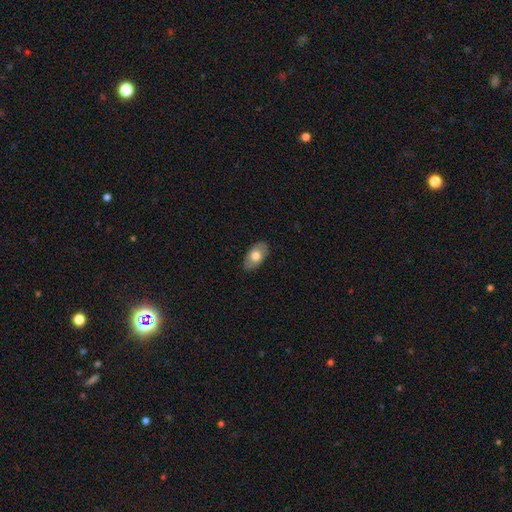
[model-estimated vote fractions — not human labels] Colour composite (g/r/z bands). It shows a smooth galaxy with no disk features (70%) that is in between round and cigar-shaped (93%). Merging: none (84%).